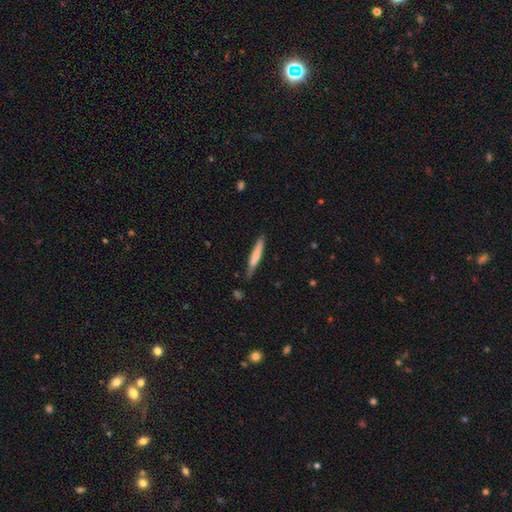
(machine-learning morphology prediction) Smooth or featured? smooth (70%)
How rounded? cigar-shaped (93%)
Merging? none (78%)